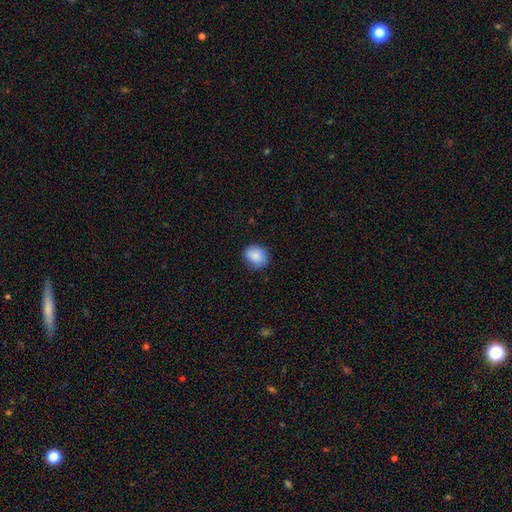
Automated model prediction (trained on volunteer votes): The model was most divided on "how rounded": round: 54%, in between: 45%, cigar-shaped: 1%. More confident: smooth or featured — smooth (83%); merging — none (73%).